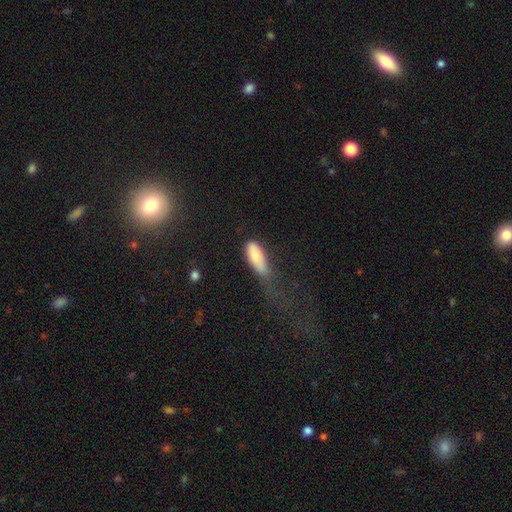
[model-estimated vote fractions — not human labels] A smooth galaxy with no disk features (80%) that is in between round and cigar-shaped (76%). Merging: minor disturbance (37%).